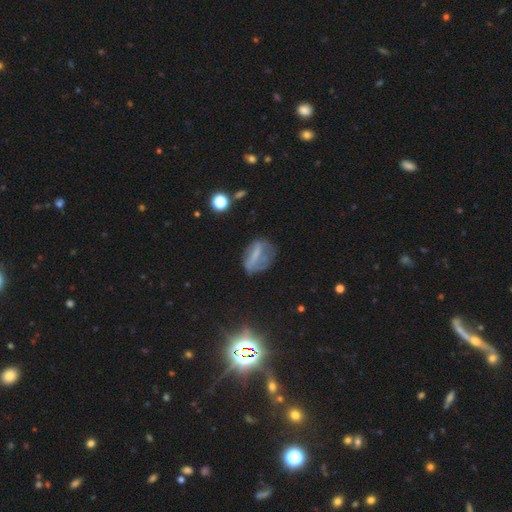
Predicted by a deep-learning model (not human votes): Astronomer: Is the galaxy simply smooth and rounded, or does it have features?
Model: smooth — 42%, tied with featured or disk at 42%.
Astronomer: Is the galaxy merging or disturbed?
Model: none — 49% (runner-up: minor disturbance, 27%).